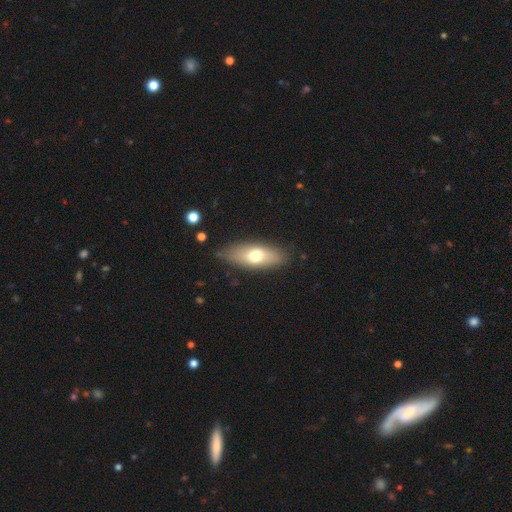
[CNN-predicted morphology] type=smooth (66%); roundness=in between (73%); merging=none (81%).